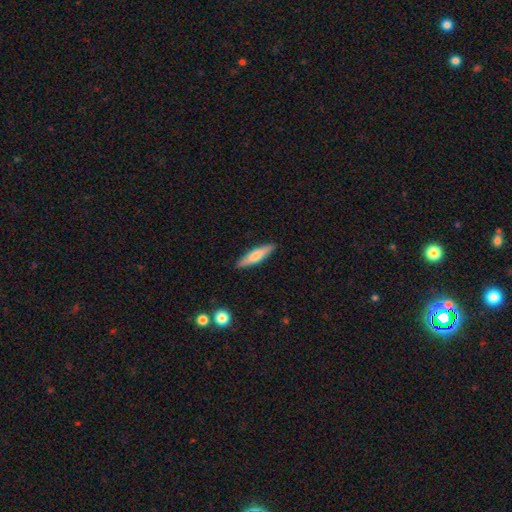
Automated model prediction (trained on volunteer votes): smooth-or-featured: smooth: 59% | featured or disk: 35% | star or artifact: 6%
  how-rounded: cigar-shaped: 79% | in between: 19% | round: 2%
  merging: none: 89% | minor disturbance: 8% | major disturbance: 2% | merger: 1%